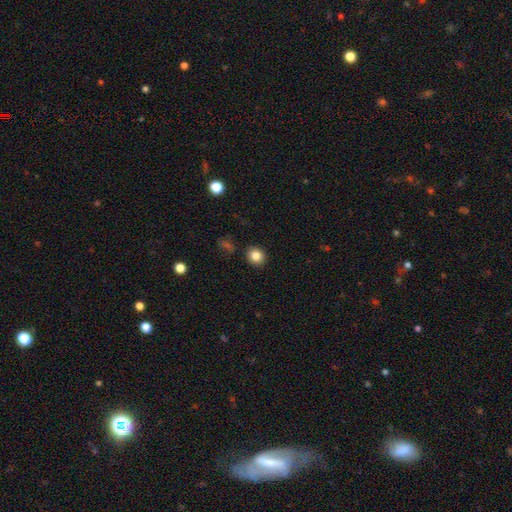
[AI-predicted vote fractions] This appears to be a smooth galaxy with no disk features (84%) that is round (77%). Merging: none (90%).